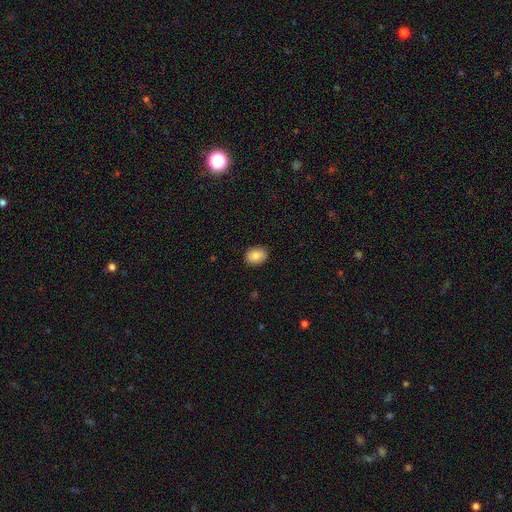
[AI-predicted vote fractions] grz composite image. It shows a smooth galaxy with no disk features (87%) that is in between round and cigar-shaped (64%). Merging: none (89%).